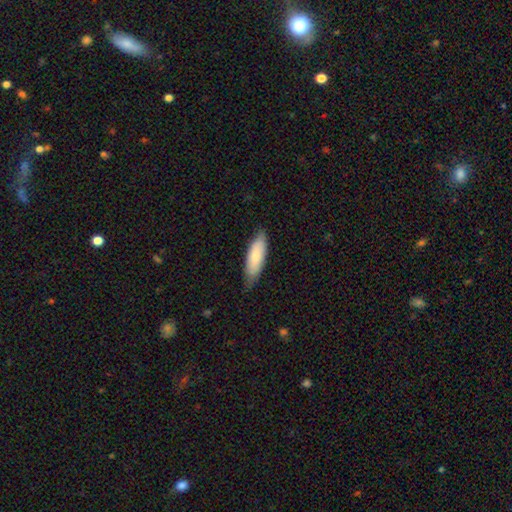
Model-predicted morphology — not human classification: smooth-or-featured: smooth: 79% | featured or disk: 16% | star or artifact: 5%
  how-rounded: in between: 56% | cigar-shaped: 42% | round: 2%
  merging: none: 77% | minor disturbance: 19% | major disturbance: 3% | merger: 1%